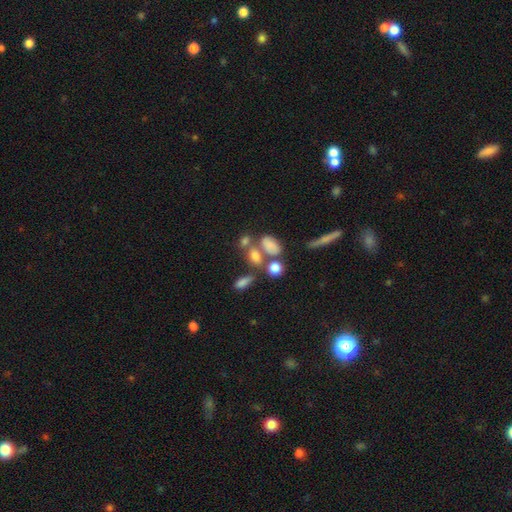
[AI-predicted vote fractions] Smooth or featured?
  - smooth: 66% *
  - featured or disk: 18%
  - star or artifact: 15%
How rounded?
  - in between: 75% *
  - round: 19%
  - cigar-shaped: 6%
Merging?
  - none: 39% * (tied)
  - merger: 39% * (tied)
  - minor disturbance: 13%
  - major disturbance: 9%